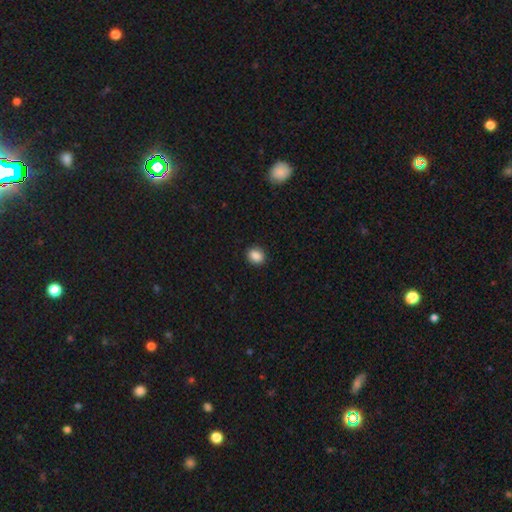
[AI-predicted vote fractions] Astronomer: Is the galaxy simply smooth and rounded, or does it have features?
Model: smooth — 88%.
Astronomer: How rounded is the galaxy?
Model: round — 62% (runner-up: in between, 37%).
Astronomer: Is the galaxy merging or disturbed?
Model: none — 90%.